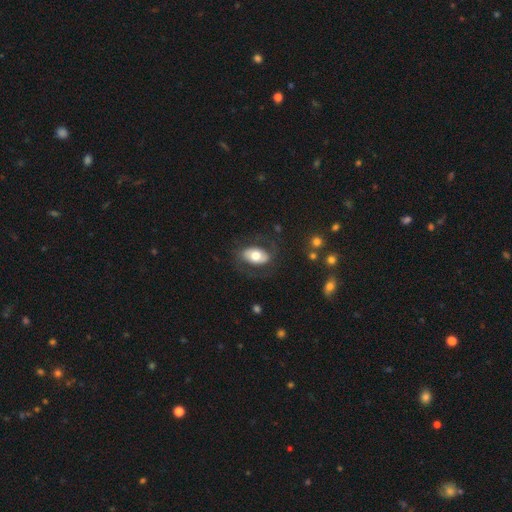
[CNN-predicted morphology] A smooth galaxy with no disk features (60%) that is in between round and cigar-shaped (90%).

Vote fractions:
- Smooth or featured? smooth: 60% / featured or disk: 34% / star or artifact: 6%
- How rounded? in between: 90% / round: 8% / cigar-shaped: 2%
- Merging? none: 74% / minor disturbance: 14% / major disturbance: 11% / merger: 1%